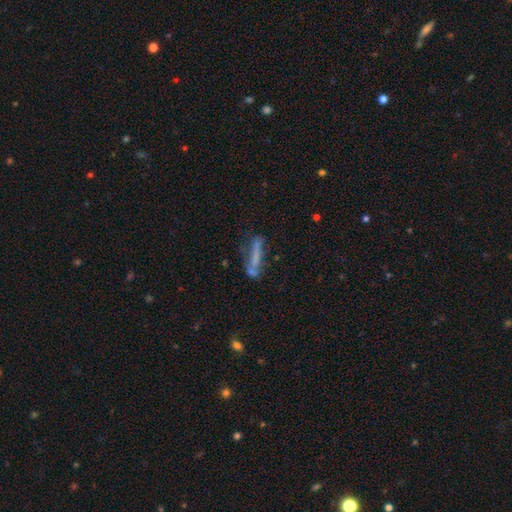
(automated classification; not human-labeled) This appears to be a smooth galaxy with no disk features (52%) that is cigar-shaped (85%). Merging: none (48%).